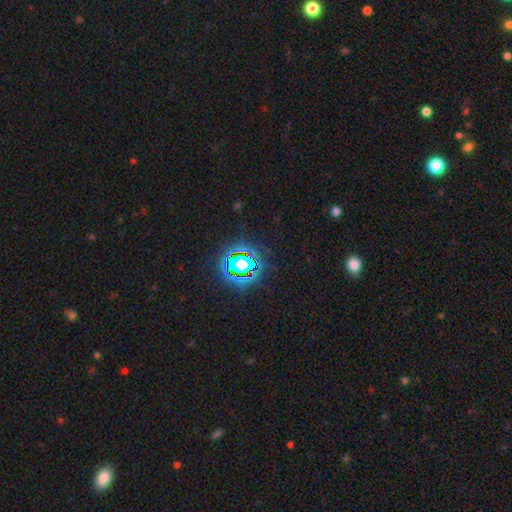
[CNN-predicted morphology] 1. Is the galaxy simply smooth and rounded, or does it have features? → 81% star or artifact, 13% smooth, 7% featured or disk.